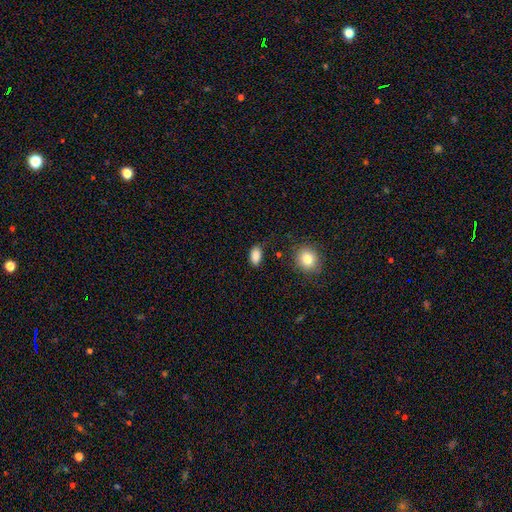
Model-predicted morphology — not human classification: This appears to be a smooth galaxy with no disk features (87%) that is in between round and cigar-shaped (90%). Merging: none (78%).